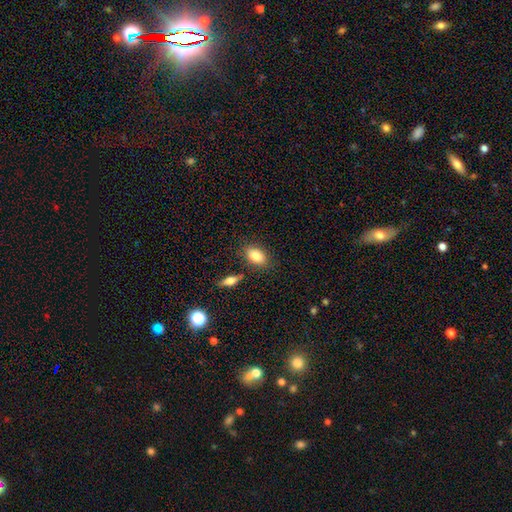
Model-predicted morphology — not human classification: Smooth or featured: smooth — 82% (featured or disk — 10%)
How rounded: in between — 86% (round — 11%)
Merging: none — 78% (minor disturbance — 12%)